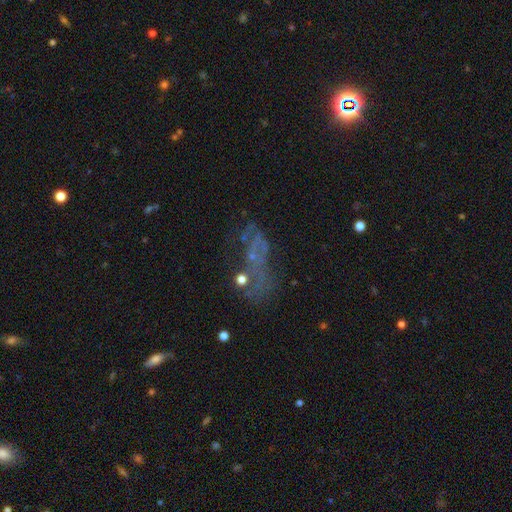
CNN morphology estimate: smooth-or-featured: featured or disk: 39% | star or artifact: 33% | smooth: 29%
  merging: none: 43% | major disturbance: 27% | minor disturbance: 18% | merger: 12%